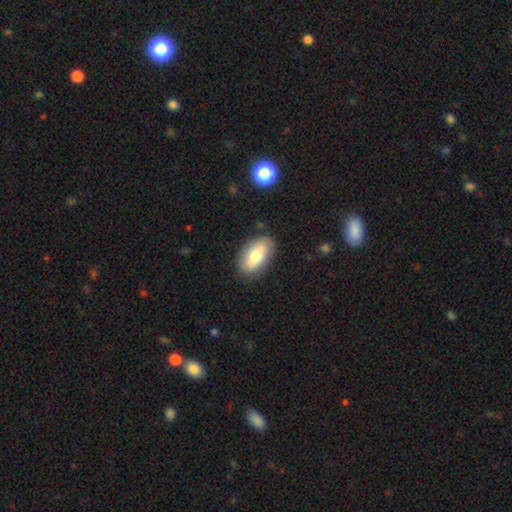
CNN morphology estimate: A smooth galaxy with no disk features (73%) that is in between round and cigar-shaped (93%). Merging: none (83%).